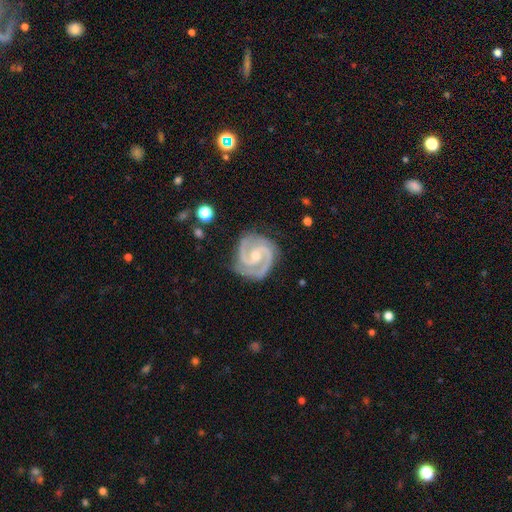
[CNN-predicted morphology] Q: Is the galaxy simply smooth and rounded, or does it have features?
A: featured or disk — 94%.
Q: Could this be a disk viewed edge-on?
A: no — 98%.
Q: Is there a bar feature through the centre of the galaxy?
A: no — 46%.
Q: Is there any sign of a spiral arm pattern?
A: yes — 99%.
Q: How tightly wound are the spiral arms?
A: tight — 56%.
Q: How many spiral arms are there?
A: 2 — 88%.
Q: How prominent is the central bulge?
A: small — 51%.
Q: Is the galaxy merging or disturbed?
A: none — 81%.